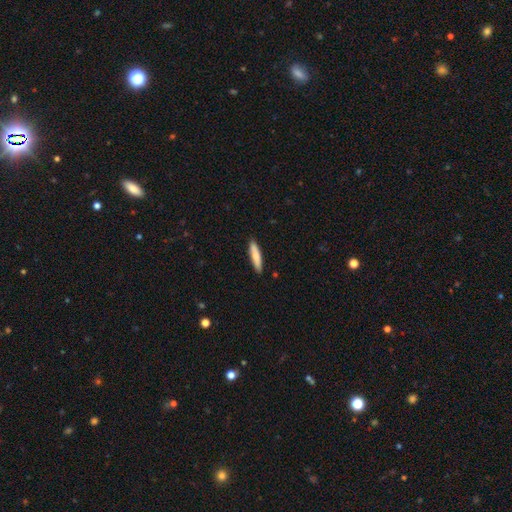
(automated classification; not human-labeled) A smooth galaxy with no disk features (75%) that is cigar-shaped (86%). Merging: none (89%).